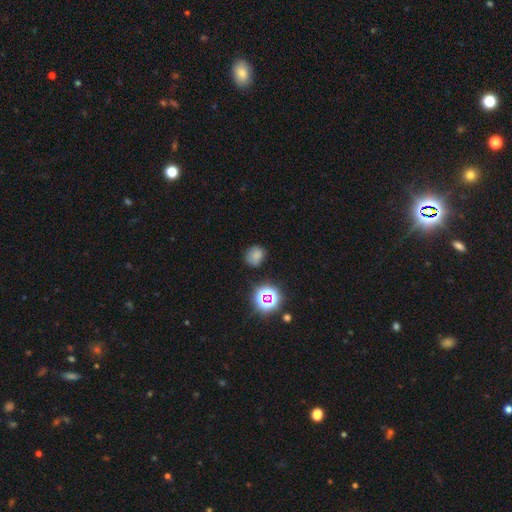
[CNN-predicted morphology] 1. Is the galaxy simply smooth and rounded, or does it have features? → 72% smooth, 20% star or artifact, 9% featured or disk.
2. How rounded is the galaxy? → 76% round, 23% in between, 1% cigar-shaped.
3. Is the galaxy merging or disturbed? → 73% none, 18% minor disturbance, 5% major disturbance, 3% merger.